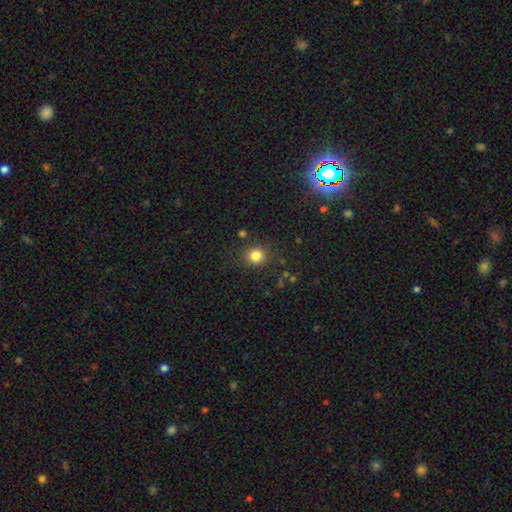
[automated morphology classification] type=smooth (82%); roundness=round (84%); merging=none (85%).